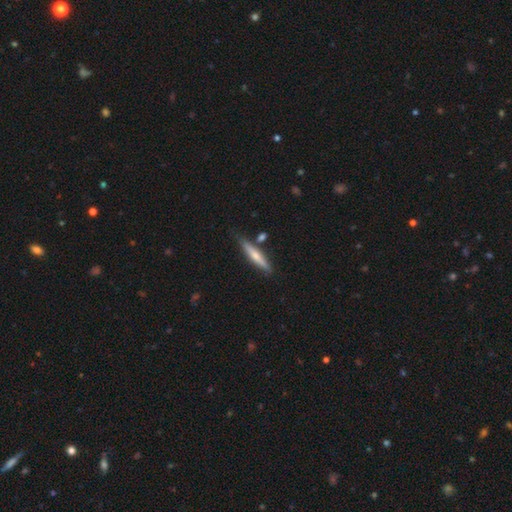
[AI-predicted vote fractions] This is possibly a smooth galaxy (51%). How rounded: clearly cigar-shaped (89%). Merging: likely none (77%).